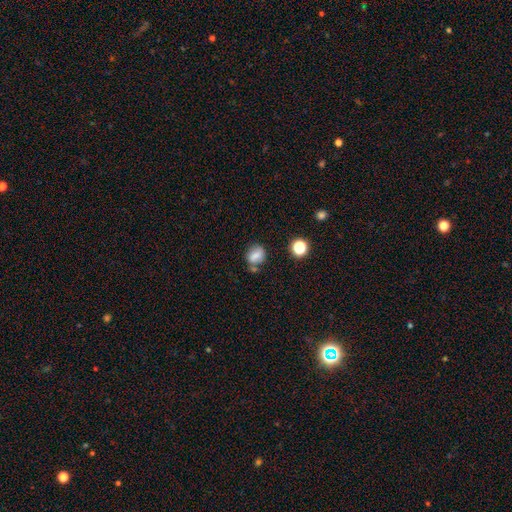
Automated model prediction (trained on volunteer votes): Overall: smooth (72%). How rounded: round (57%; in between 42%). Merging: none (60%).